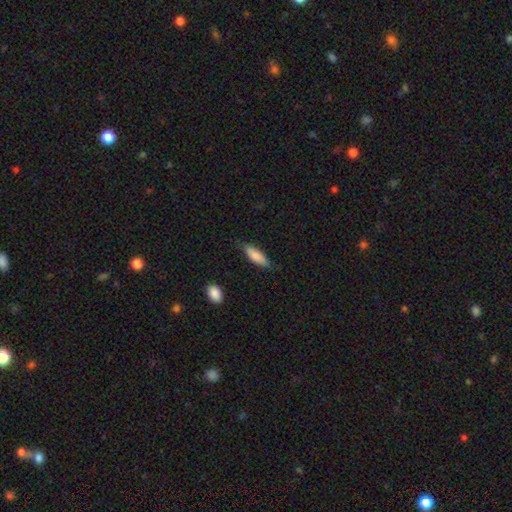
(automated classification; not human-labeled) Overall: smooth (80%). How rounded: in between (54%; cigar-shaped 44%). Merging: none (72%).